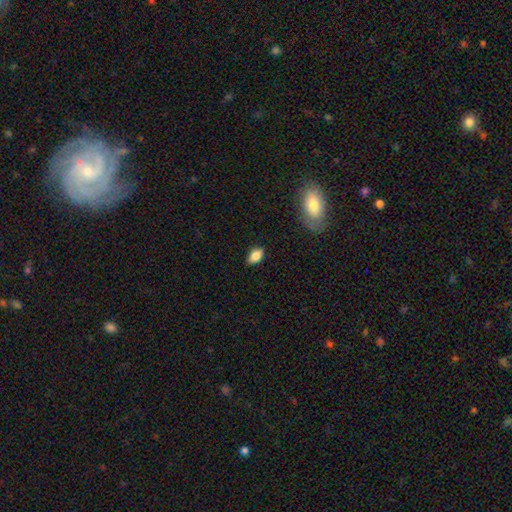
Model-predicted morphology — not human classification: Q: Smooth or featured?
A: smooth (84%); runner-up: star or artifact (8%)
Q: How rounded?
A: in between (90%); runner-up: round (7%)
Q: Merging?
A: none (83%); runner-up: minor disturbance (14%)